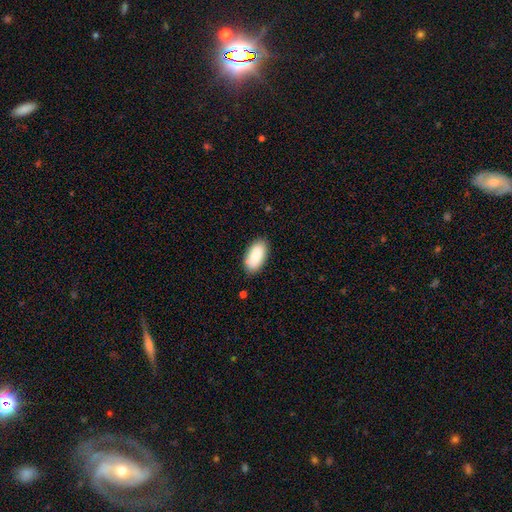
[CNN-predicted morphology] type=smooth (83%); roundness=in between (94%); merging=none (85%).